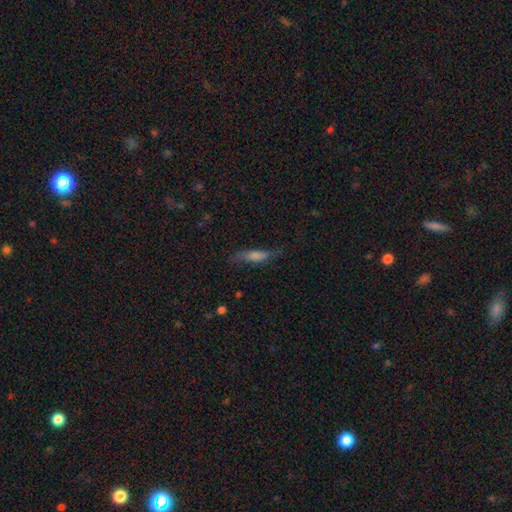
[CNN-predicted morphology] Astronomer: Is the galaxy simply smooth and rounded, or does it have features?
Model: smooth — 51% (runner-up: featured or disk, 38%).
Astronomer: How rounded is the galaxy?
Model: cigar-shaped — 66%.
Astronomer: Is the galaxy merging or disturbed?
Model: none — 66%.